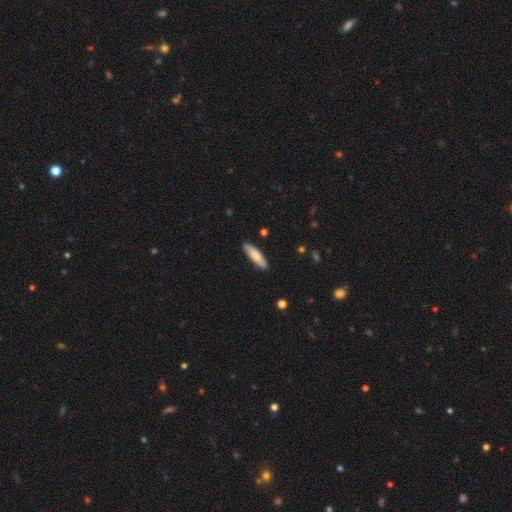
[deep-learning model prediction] Smooth or featured? Predicted: smooth (p=0.79). How rounded? Predicted: cigar-shaped (p=0.64). Merging? Predicted: none (p=0.88).